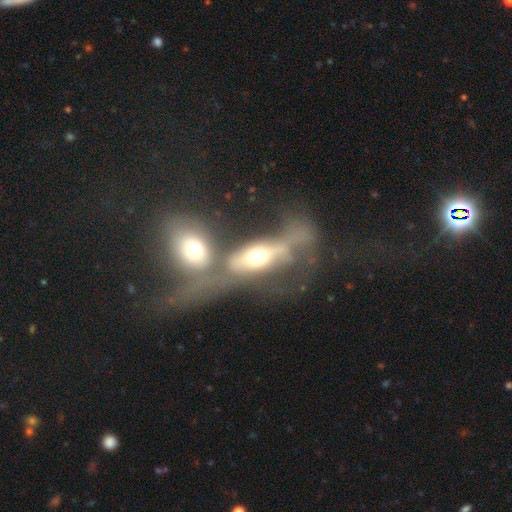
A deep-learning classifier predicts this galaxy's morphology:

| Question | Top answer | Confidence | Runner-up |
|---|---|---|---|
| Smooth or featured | featured or disk | 65% | smooth (24%) |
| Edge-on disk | no | 63% | yes (37%) |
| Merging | merger | 75% | none (10%) |